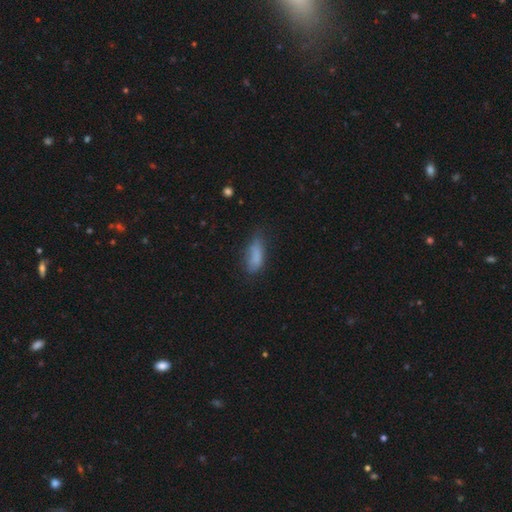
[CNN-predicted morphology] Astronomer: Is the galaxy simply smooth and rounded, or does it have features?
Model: smooth — 78%.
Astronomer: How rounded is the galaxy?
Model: in between — 72%.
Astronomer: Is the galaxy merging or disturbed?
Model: none — 51% (runner-up: minor disturbance, 32%).